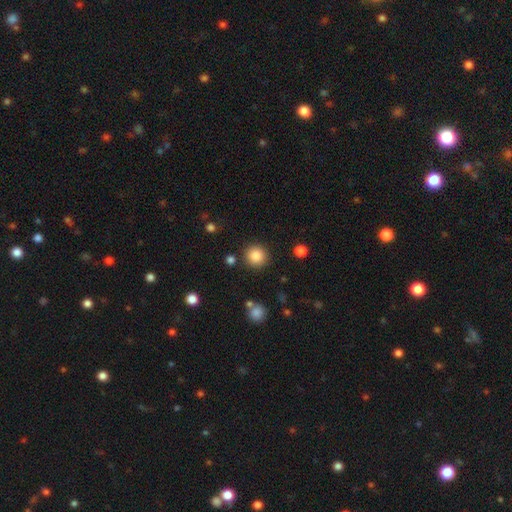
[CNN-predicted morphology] smooth-or-featured: smooth: 86% | star or artifact: 10% | featured or disk: 4%
  how-rounded: round: 94% | in between: 6% | cigar-shaped: 1%
  merging: none: 88% | minor disturbance: 7% | major disturbance: 3% | merger: 3%